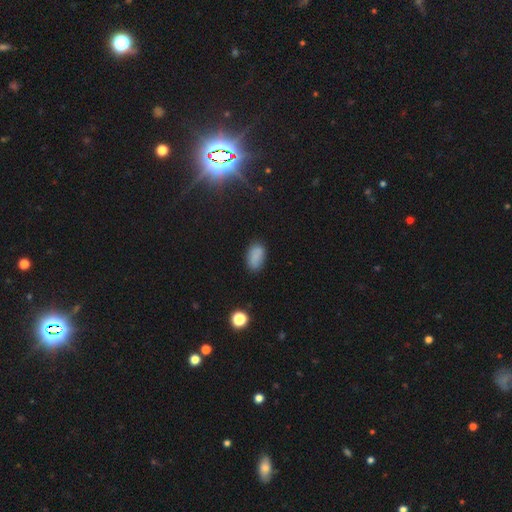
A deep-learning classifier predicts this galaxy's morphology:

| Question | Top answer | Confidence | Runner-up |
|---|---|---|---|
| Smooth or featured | smooth | 83% | star or artifact (11%) |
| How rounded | in between | 91% | round (7%) |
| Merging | none | 78% | minor disturbance (15%) |